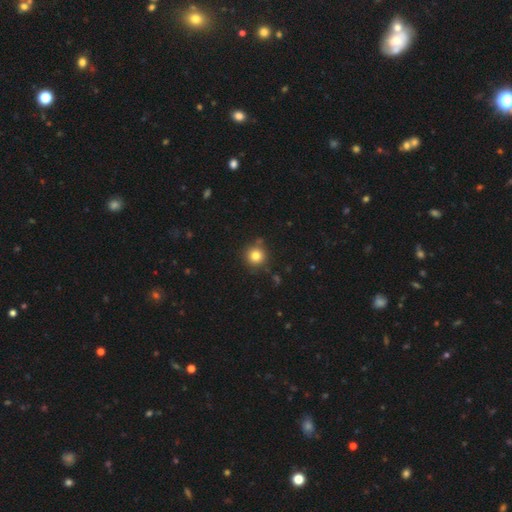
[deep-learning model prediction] The model was most divided on "smooth or featured": smooth: 81%, star or artifact: 12%, featured or disk: 7%. More confident: how rounded — round (94%); merging — none (83%).